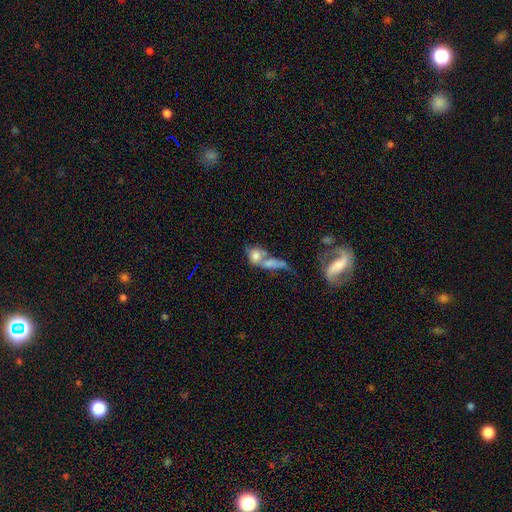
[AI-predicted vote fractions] smooth_or_featured: smooth (p=0.62) [alt: featured or disk p=0.26]
how_rounded: in between (p=0.54) [alt: round p=0.38]
merging: merger (p=0.64) [alt: none p=0.16]